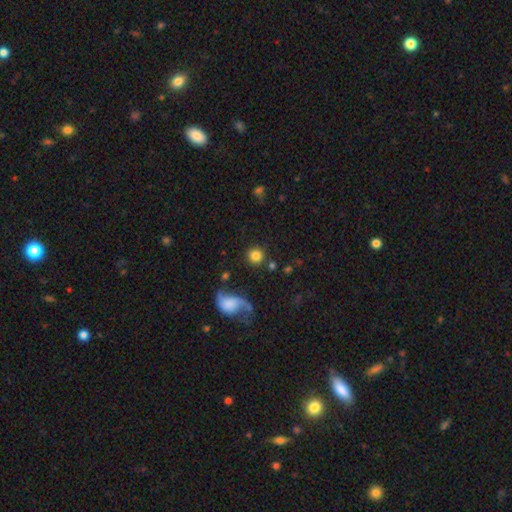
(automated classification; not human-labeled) This is likely a smooth galaxy (80%). How rounded: clearly round (93%). Merging: clearly none (81%).